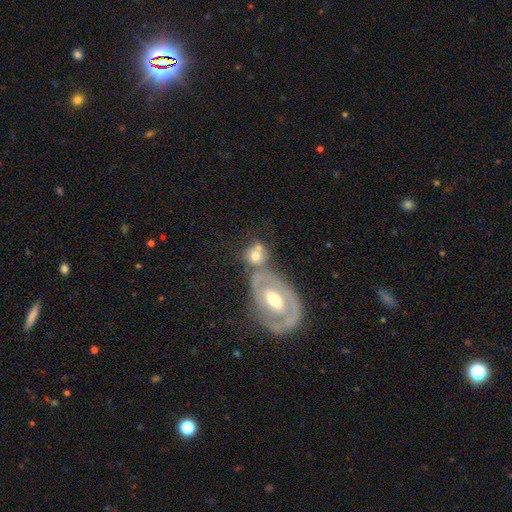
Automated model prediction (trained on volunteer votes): This appears to be a smooth galaxy with no disk features (56%) that is round (63%). Merging: merger (46%).